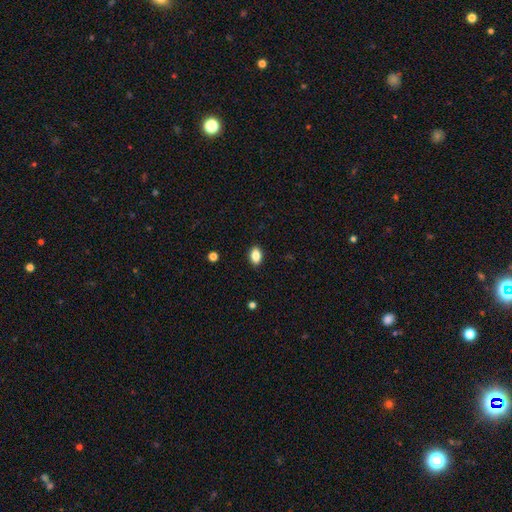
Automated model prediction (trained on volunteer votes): Smooth or featured: smooth — 85% (star or artifact — 9%)
How rounded: in between — 85% (round — 13%)
Merging: none — 89% (minor disturbance — 8%)